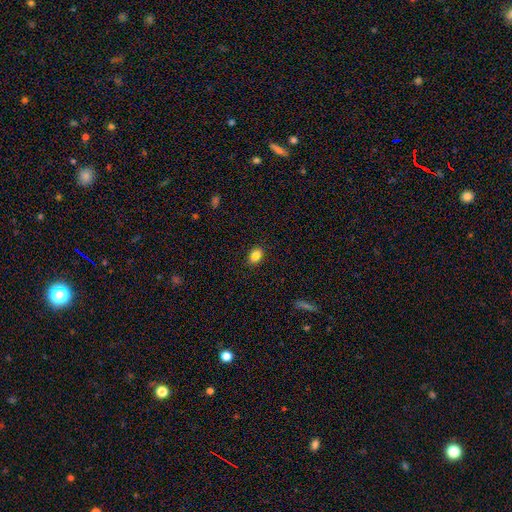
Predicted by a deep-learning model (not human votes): Smooth or featured: smooth — 73% (star or artifact — 16%)
How rounded: in between — 52% (round — 46%)
Merging: none — 58% (merger — 26%)